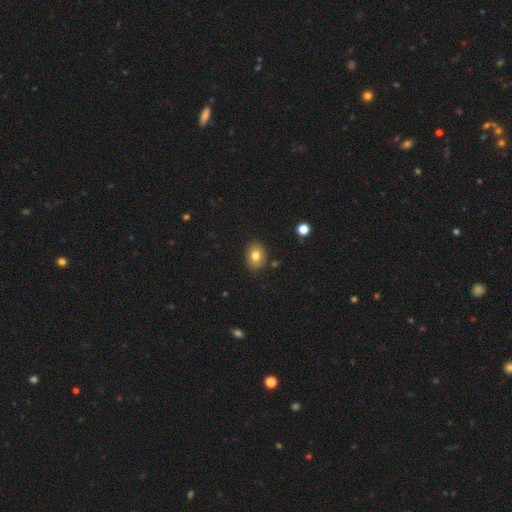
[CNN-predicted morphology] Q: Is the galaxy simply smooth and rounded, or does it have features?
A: smooth — 79%.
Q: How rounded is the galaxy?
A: in between — 59%.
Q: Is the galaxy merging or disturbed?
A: none — 85%.